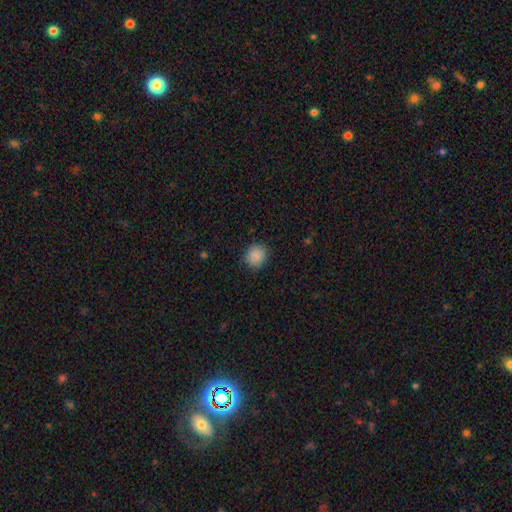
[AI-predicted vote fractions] Smooth or featured?
  - smooth: 89% *
  - star or artifact: 8%
  - featured or disk: 3%
How rounded?
  - round: 83% *
  - in between: 16%
  - cigar-shaped: 1%
Merging?
  - none: 88% *
  - minor disturbance: 9%
  - major disturbance: 2%
  - merger: 1%